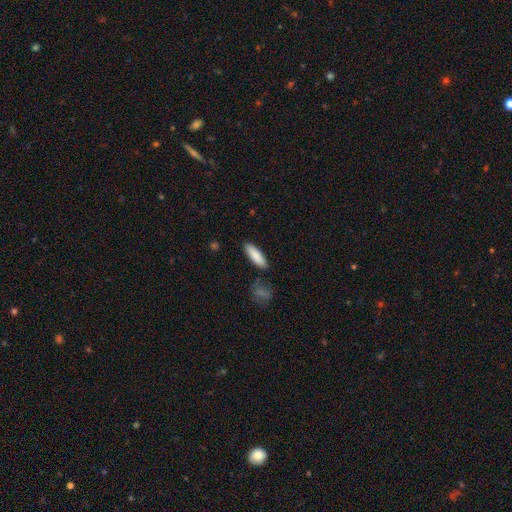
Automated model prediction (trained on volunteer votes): Overall: smooth (87%). How rounded: in between (51%; cigar-shaped 47%). Merging: none (86%).